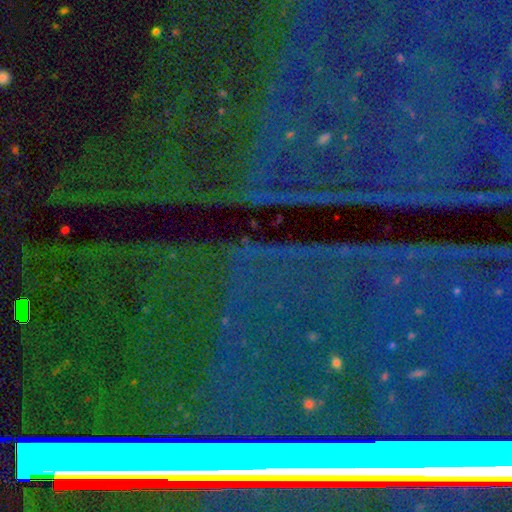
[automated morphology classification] star or artifact 86%, featured or disk 7%, smooth 7%.